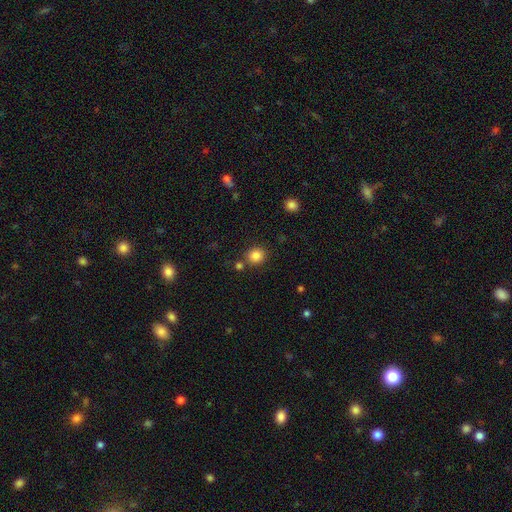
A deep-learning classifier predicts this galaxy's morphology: Smooth or featured? Predicted: smooth (p=0.84). How rounded? Predicted: round (p=0.83). Merging? Predicted: none (p=0.80).